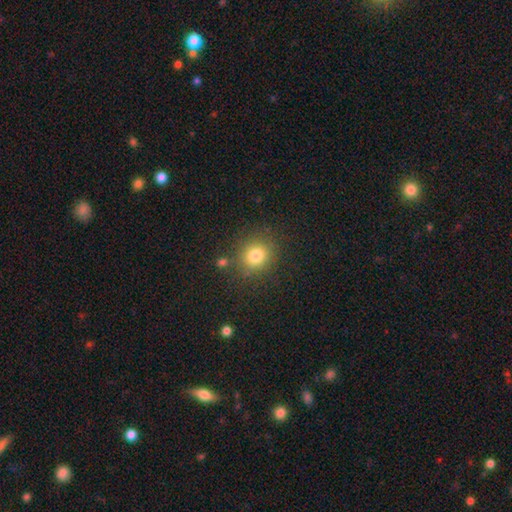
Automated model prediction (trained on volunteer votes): Smooth or featured? Predicted: smooth (p=0.80). How rounded? Predicted: round (p=0.79). Merging? Predicted: none (p=0.82).